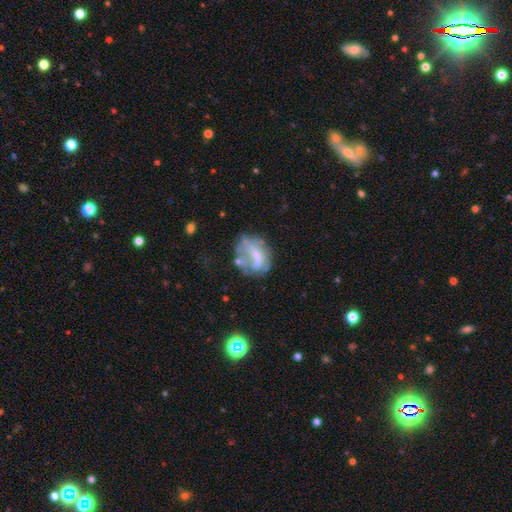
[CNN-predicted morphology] Overall: featured or disk (53%; smooth 36%). Edge-on disk: no (97%). Bar: no (48%; weak 33%). Spiral arms: no (70%; yes 30%). Bulge size: none (41%; small 27%). Merging: none (39%; major disturbance 27%).